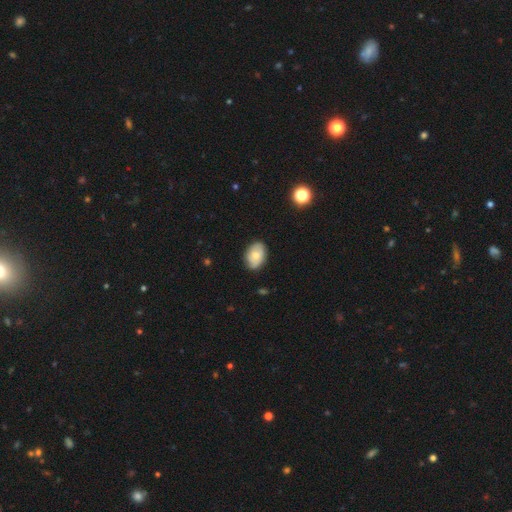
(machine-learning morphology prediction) This appears to be a smooth galaxy with no disk features (67%) that is in between round and cigar-shaped (81%). Merging: none (80%).